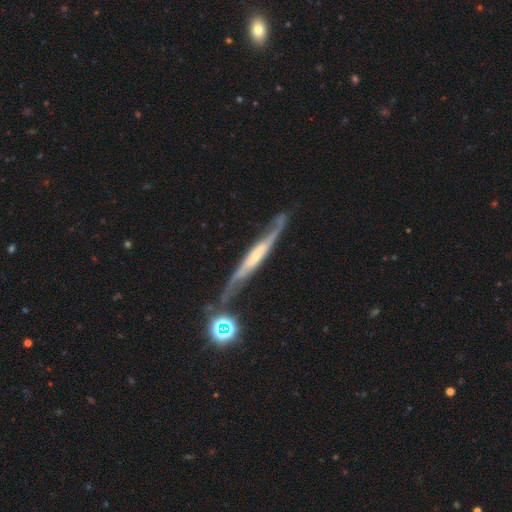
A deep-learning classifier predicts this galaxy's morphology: The model was most divided on "edge-on disk": yes: 59%, no: 41%. More confident: smooth or featured — featured or disk (80%); merging — none (63%).